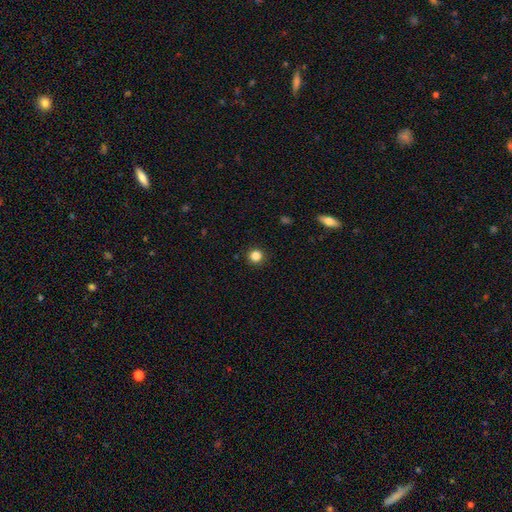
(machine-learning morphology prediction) This is clearly a smooth galaxy (84%). How rounded: clearly round (94%). Merging: clearly none (92%).